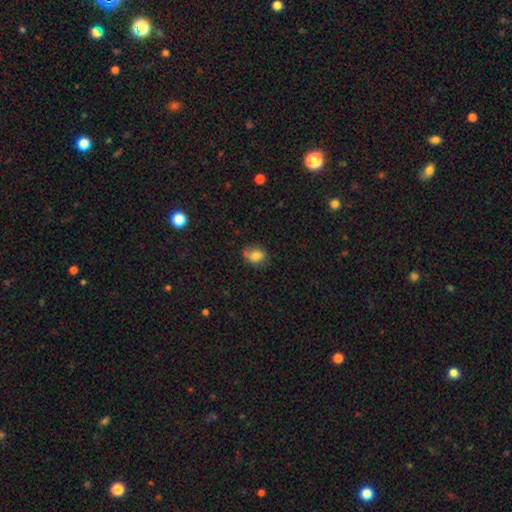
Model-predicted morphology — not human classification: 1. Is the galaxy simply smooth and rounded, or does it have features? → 77% smooth, 12% featured or disk, 10% star or artifact.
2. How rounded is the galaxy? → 67% in between, 32% round, 1% cigar-shaped.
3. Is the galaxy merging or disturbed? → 61% none, 27% minor disturbance, 7% major disturbance, 4% merger.